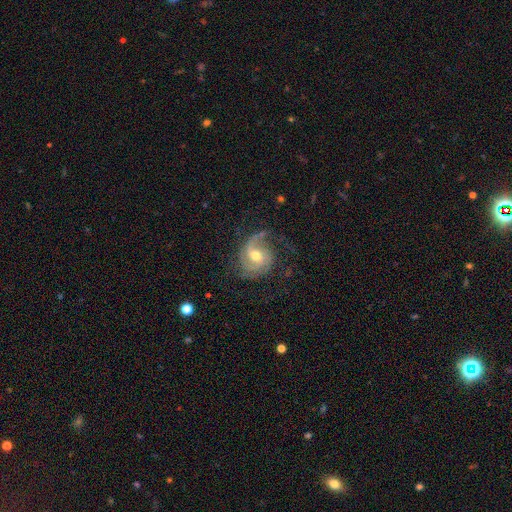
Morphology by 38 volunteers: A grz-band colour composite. It shows a featured or disk galaxy (89%) with a weak bar (50%), 2 (30%, tied with 3) medium (67%) spiral arms (94%) and a moderate central bulge (62%). Merging: none (50%).